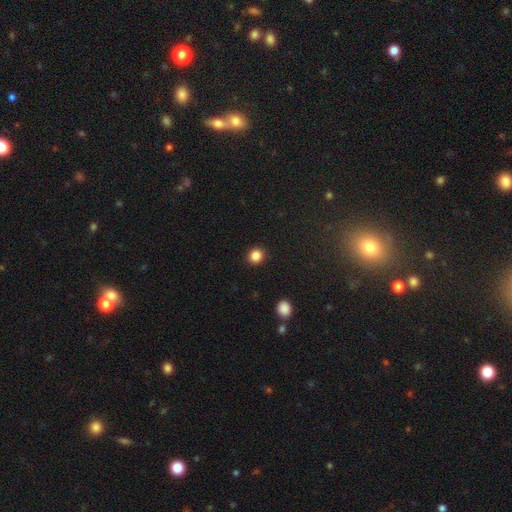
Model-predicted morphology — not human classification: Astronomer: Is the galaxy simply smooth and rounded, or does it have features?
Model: smooth — 86%.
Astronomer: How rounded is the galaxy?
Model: round — 86%.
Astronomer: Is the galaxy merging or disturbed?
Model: none — 91%.